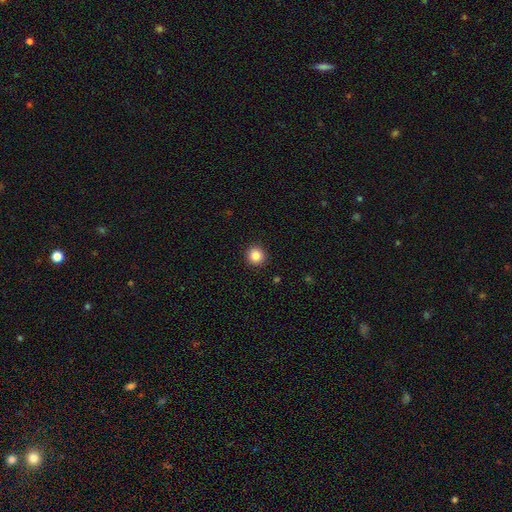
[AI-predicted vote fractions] smooth 85%, star or artifact 10%, featured or disk 5%. Down the decision tree: how rounded — round (94%); merging — none (93%).